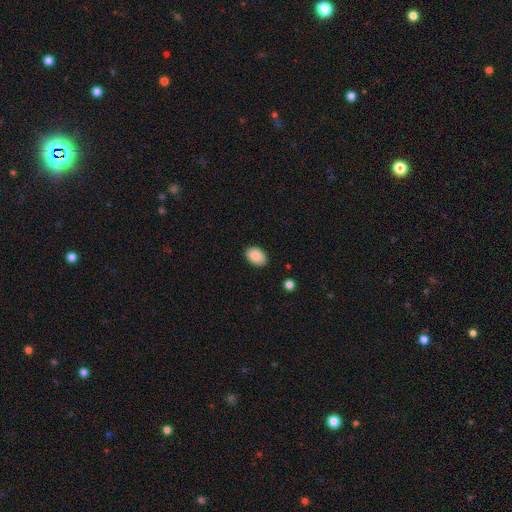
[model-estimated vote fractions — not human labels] A smooth galaxy with no disk features (88%) that is in between round and cigar-shaped (88%). Merging: none (87%).